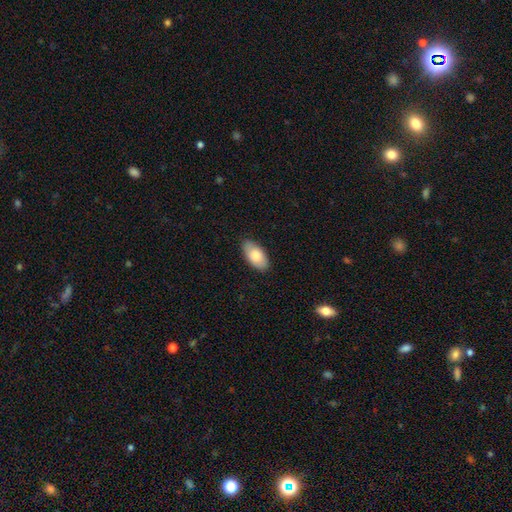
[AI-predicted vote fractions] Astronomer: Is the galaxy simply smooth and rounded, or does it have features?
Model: smooth — 80%.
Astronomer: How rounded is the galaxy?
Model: in between — 95%.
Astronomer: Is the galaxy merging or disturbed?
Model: none — 83%.